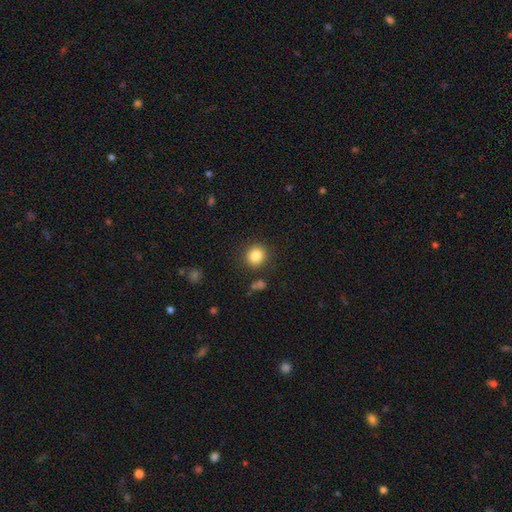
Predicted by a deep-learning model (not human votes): Smooth or featured?
  - smooth: 85% *
  - star or artifact: 10%
  - featured or disk: 5%
How rounded?
  - round: 83% *
  - in between: 16%
  - cigar-shaped: 1%
Merging?
  - none: 86% *
  - minor disturbance: 8%
  - major disturbance: 3%
  - merger: 3%